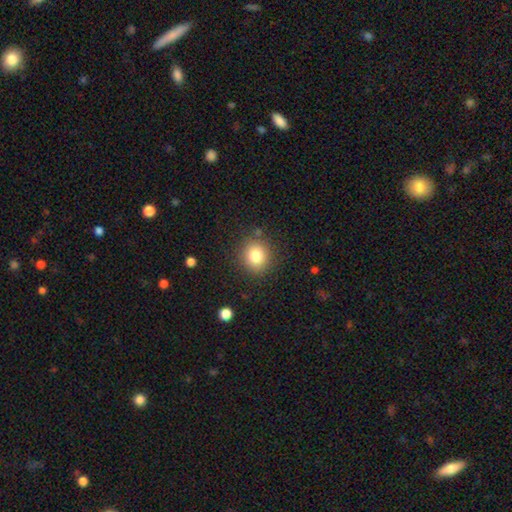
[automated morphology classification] Overall: smooth (81%). How rounded: round (86%). Merging: none (87%).